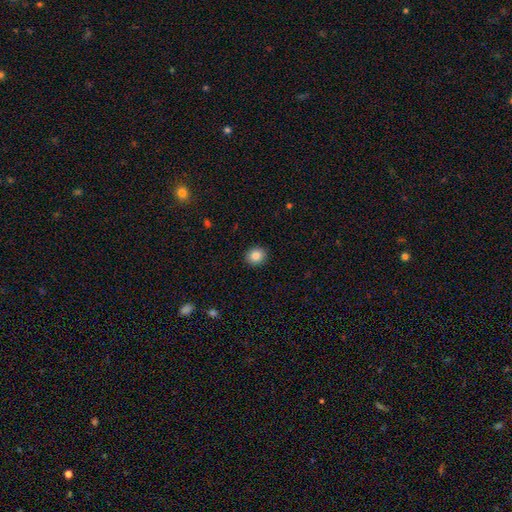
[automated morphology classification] Q: Smooth or featured?
A: smooth (84%); runner-up: star or artifact (9%)
Q: How rounded?
A: round (73%); runner-up: in between (26%)
Q: Merging?
A: none (91%); runner-up: minor disturbance (6%)